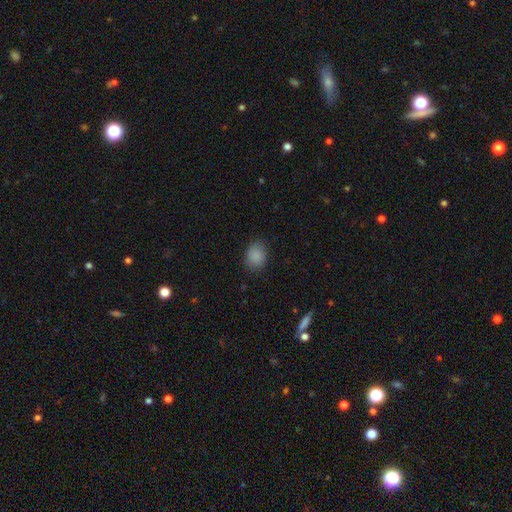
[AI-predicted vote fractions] smooth 87%, star or artifact 9%, featured or disk 4%. Down the decision tree: how rounded — round (51%); merging — none (85%).